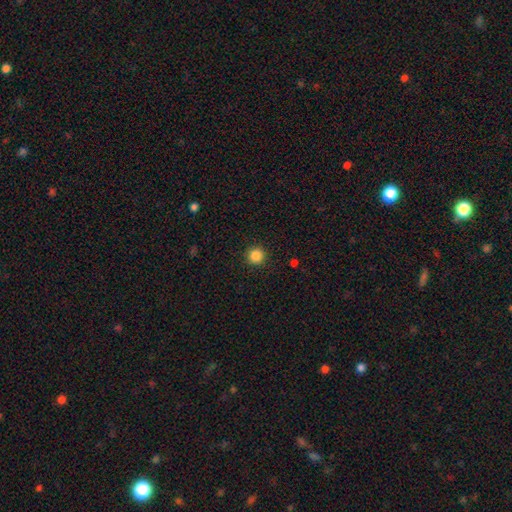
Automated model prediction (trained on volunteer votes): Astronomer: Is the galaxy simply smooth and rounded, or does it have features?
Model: smooth — 85%.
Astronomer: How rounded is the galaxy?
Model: round — 95%.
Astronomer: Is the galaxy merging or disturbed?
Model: none — 92%.